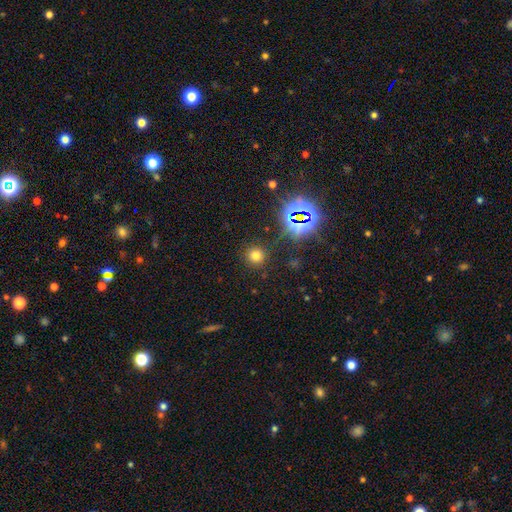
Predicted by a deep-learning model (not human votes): Smooth or featured? Predicted: smooth (p=0.69). How rounded? Predicted: round (p=0.93). Merging? Predicted: none (p=0.88).